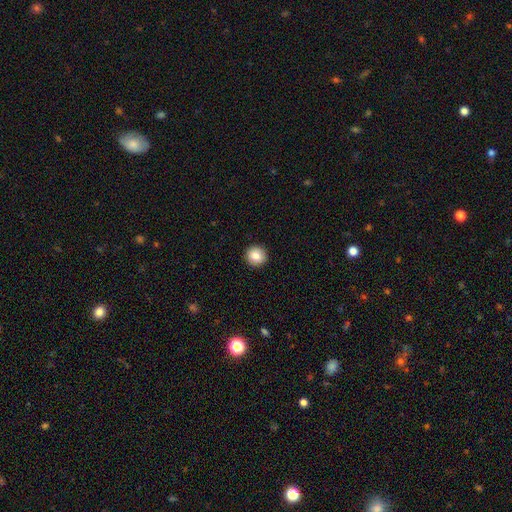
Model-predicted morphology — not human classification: type=smooth (84%); roundness=round (94%); merging=none (93%).